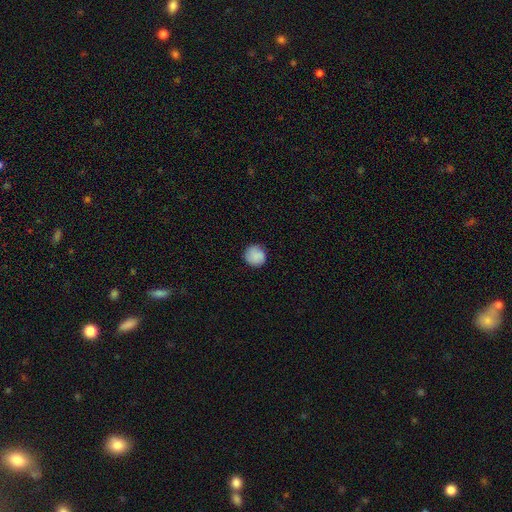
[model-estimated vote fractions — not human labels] smooth 86%, star or artifact 7%, featured or disk 7%. Down the decision tree: how rounded — round (91%); merging — none (83%).